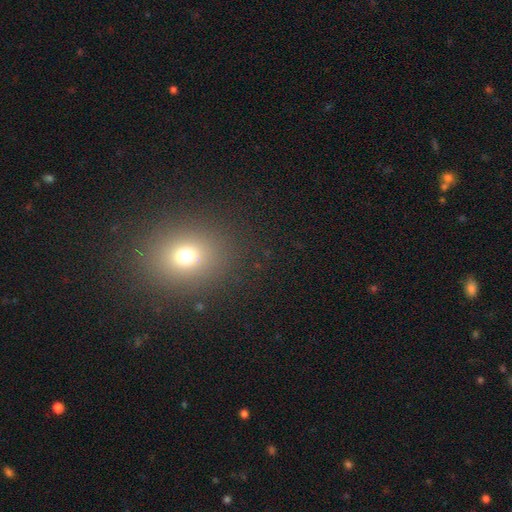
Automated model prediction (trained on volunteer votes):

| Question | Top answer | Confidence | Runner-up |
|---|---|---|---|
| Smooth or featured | smooth | 66% | star or artifact (25%) |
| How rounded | round | 53% | in between (45%) |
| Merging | none | 91% | minor disturbance (6%) |